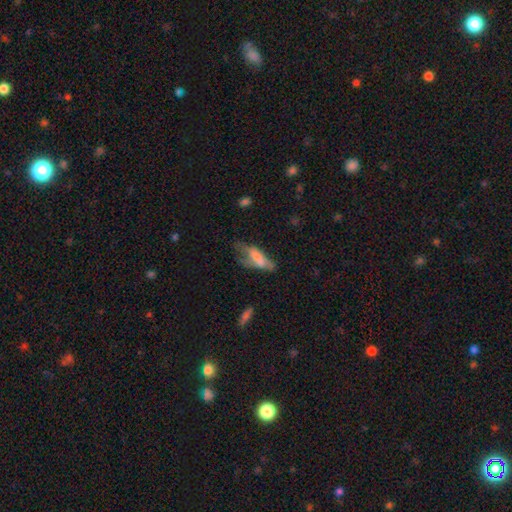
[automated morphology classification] A smooth galaxy with no disk features (56%) that is in between round and cigar-shaped (61%). Merging: major disturbance (39%).